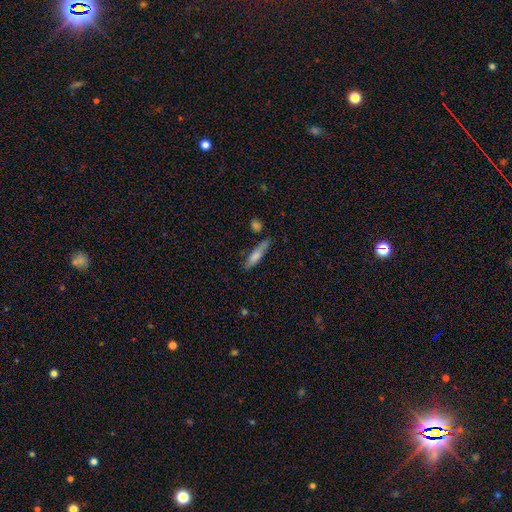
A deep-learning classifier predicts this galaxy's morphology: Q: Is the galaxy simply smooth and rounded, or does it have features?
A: smooth — 71%.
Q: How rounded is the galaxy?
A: cigar-shaped — 78%.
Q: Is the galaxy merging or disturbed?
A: none — 68%.